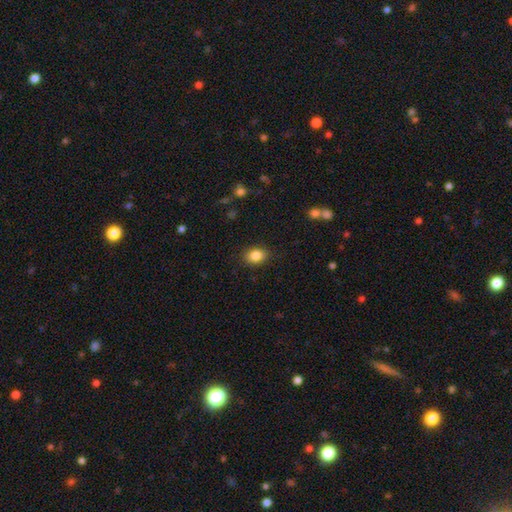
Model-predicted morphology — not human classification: This is clearly a smooth galaxy (85%). How rounded: likely in between (68%). Merging: clearly none (87%).